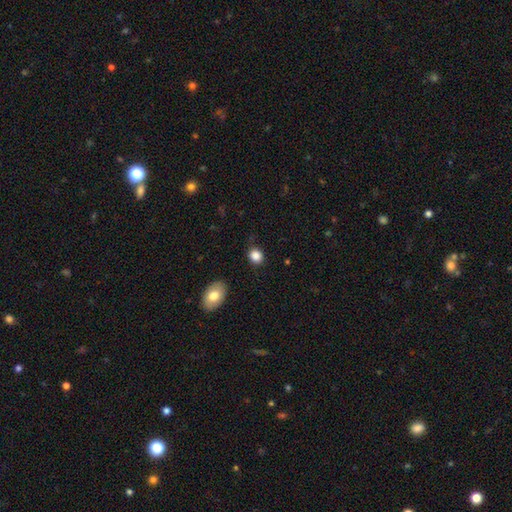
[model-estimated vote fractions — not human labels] Smooth or featured? Predicted: smooth (p=0.86). How rounded? Predicted: round (p=0.58). Merging? Predicted: none (p=0.82).